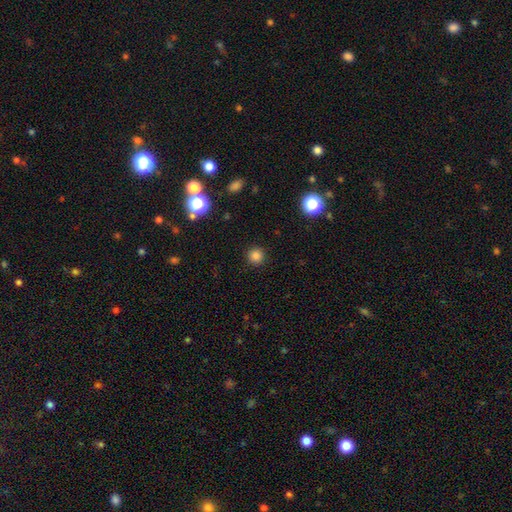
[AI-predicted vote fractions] A smooth galaxy with no disk features (83%) that is round (95%). Merging: none (91%).